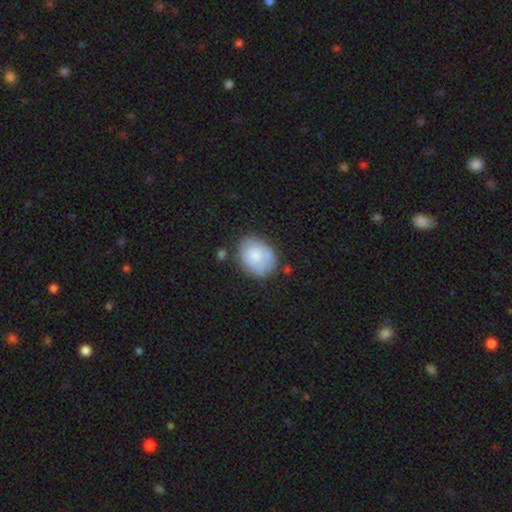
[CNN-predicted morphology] type=smooth (78%); roundness=in between (60%); merging=none (67%).